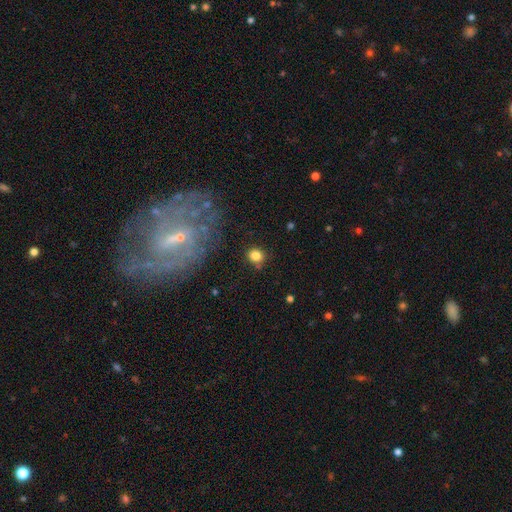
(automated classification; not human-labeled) A smooth galaxy with no disk features (82%) that is round (83%). Merging: none (83%).